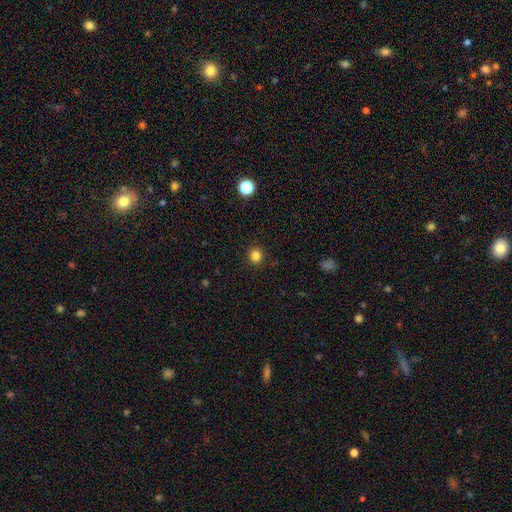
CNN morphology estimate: smooth 83%, star or artifact 13%, featured or disk 4%. Down the decision tree: how rounded — round (88%); merging — none (92%).